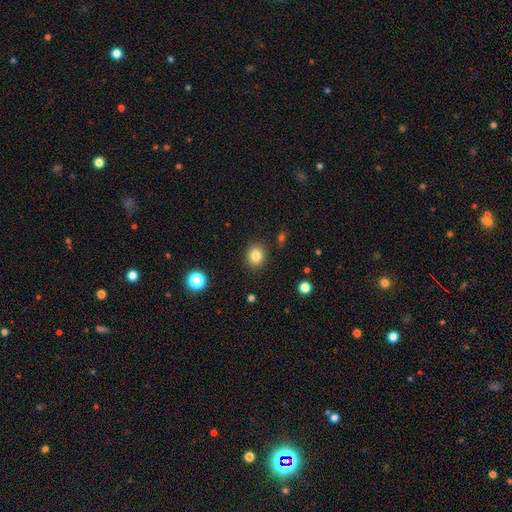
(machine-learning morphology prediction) This appears to be a smooth galaxy with no disk features (83%) that is round (73%). Merging: none (89%).